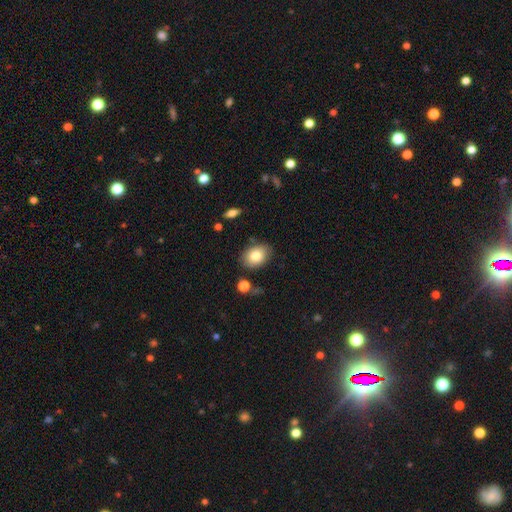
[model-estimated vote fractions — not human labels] Overall: smooth (80%). How rounded: in between (73%). Merging: none (82%).